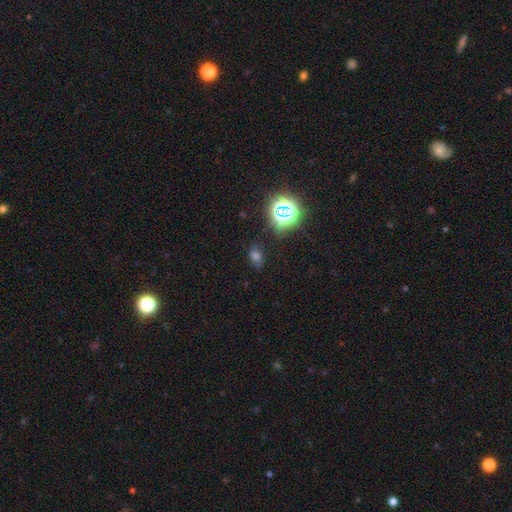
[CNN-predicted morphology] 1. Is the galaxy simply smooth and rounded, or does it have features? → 43% smooth, 42% star or artifact, 16% featured or disk.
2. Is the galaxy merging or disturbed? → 73% none, 18% minor disturbance, 7% major disturbance, 3% merger.